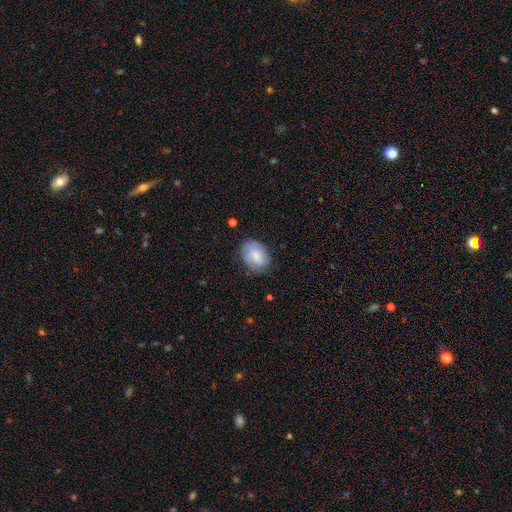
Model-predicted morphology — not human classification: The model was most divided on "merging": none: 76%, minor disturbance: 18%, major disturbance: 4%, merger: 1%. More confident: how rounded — in between (80%); smooth or featured — smooth (79%).